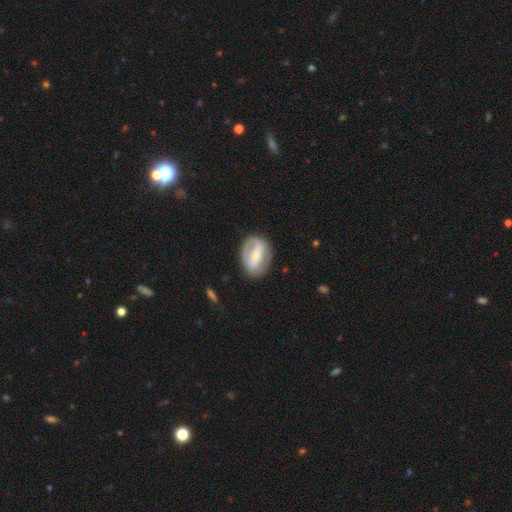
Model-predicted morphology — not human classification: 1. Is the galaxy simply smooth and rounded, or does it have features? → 62% featured or disk, 32% smooth, 6% star or artifact.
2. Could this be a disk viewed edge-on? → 93% no, 7% yes.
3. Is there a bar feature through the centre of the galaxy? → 51% strong, 29% weak, 21% no.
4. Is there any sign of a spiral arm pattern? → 50% yes (tied), 50% no (tied).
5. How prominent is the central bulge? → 55% small, 39% moderate, 3% large, 2% none, 1% dominant.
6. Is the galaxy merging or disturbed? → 72% none, 18% minor disturbance, 9% major disturbance, 2% merger.